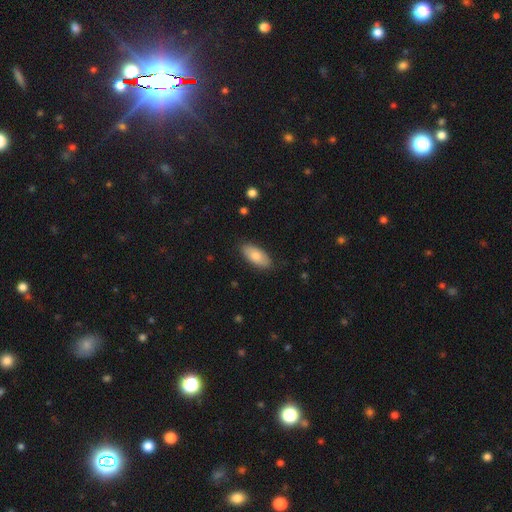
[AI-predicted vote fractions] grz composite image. It shows a smooth galaxy with no disk features (77%) that is in between round and cigar-shaped (89%). Merging: none (85%).